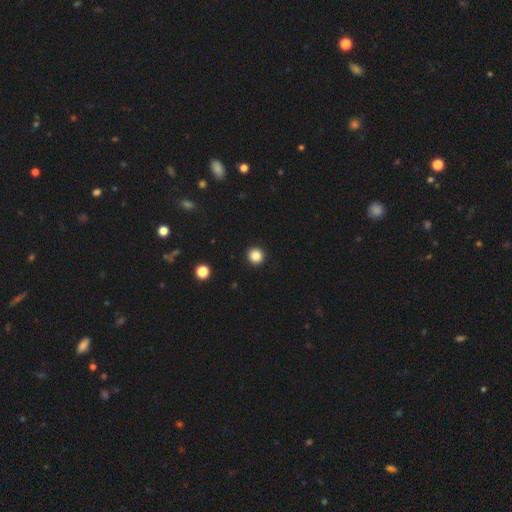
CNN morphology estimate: smooth_or_featured: smooth (p=0.86) [alt: star or artifact p=0.11]
how_rounded: round (p=0.95) [alt: in between p=0.04]
merging: none (p=0.94) [alt: minor disturbance p=0.04]